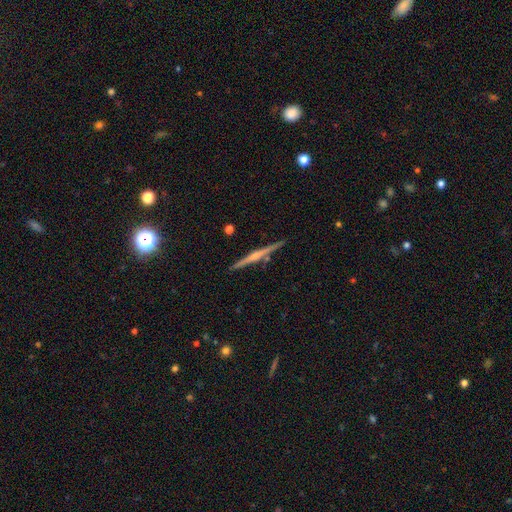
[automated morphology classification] smooth_or_featured: featured or disk (p=0.72) [alt: smooth p=0.23]
disk_edge_on: yes (p=0.98) [alt: no p=0.02]
edge_on_bulge: rounded (p=0.58) [alt: none p=0.30]
merging: none (p=0.88) [alt: minor disturbance p=0.08]